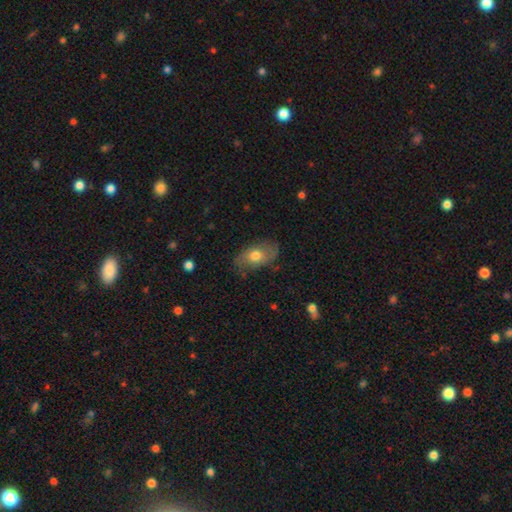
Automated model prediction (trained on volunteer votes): A smooth galaxy with no disk features (58%) that is in between round and cigar-shaped (88%).

Vote fractions:
- Smooth or featured? smooth: 58% / featured or disk: 34% / star or artifact: 8%
- How rounded? in between: 88% / round: 9% / cigar-shaped: 2%
- Merging? none: 71% / minor disturbance: 21% / major disturbance: 6% / merger: 1%